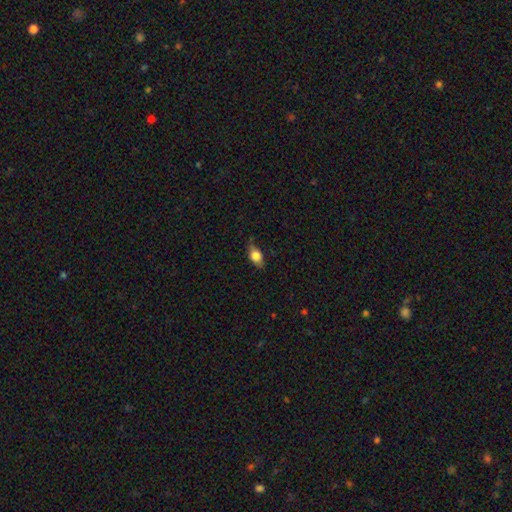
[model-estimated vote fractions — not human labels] Smooth or featured?
  - smooth: 75% *
  - featured or disk: 17%
  - star or artifact: 8%
How rounded?
  - in between: 80% *
  - round: 14%
  - cigar-shaped: 6%
Merging?
  - none: 68% *
  - minor disturbance: 25%
  - major disturbance: 5%
  - merger: 1%